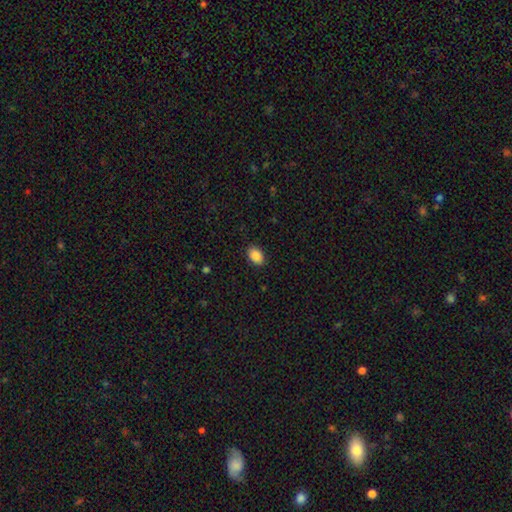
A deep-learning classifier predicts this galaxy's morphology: The model was most divided on "how rounded": in between: 85%, round: 14%, cigar-shaped: 1%. More confident: merging — none (89%); smooth or featured — smooth (88%).